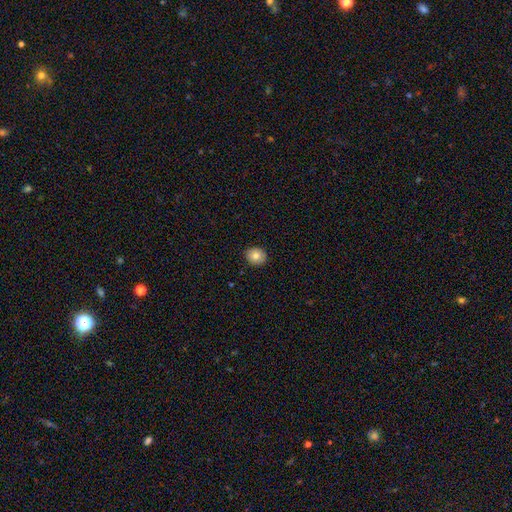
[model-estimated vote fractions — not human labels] Smooth or featured? Predicted: smooth (p=0.81). How rounded? Predicted: round (p=0.75). Merging? Predicted: none (p=0.91).